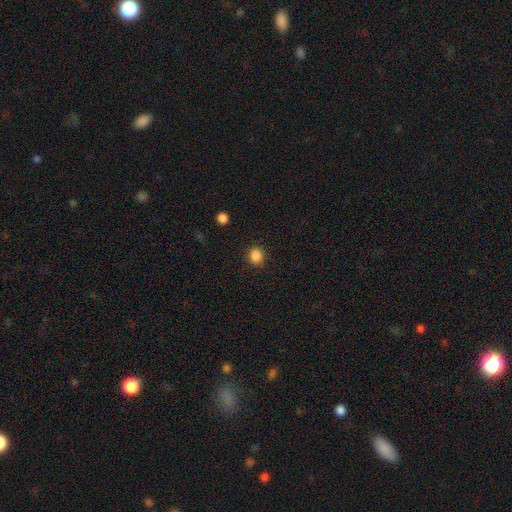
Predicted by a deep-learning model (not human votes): Smooth or featured? smooth (86%)
How rounded? round (86%)
Merging? none (89%)